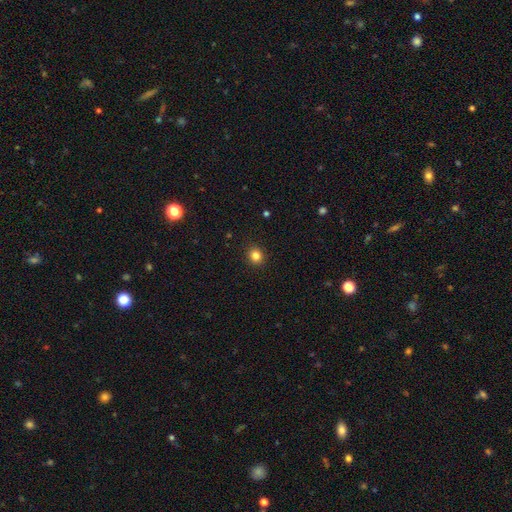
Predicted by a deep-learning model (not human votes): smooth 84%, star or artifact 12%, featured or disk 5%. Down the decision tree: how rounded — round (83%); merging — none (91%).